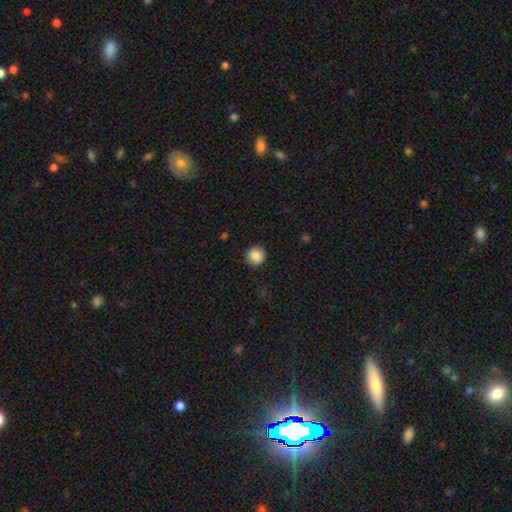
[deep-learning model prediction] The model was most divided on "smooth or featured": smooth: 88%, star or artifact: 9%, featured or disk: 3%. More confident: how rounded — round (92%); merging — none (91%).